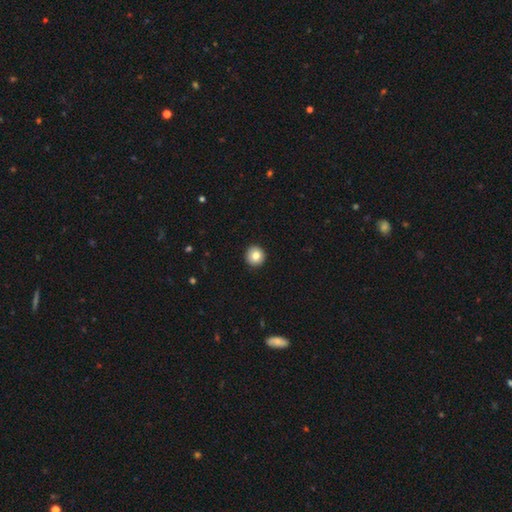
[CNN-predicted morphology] Smooth or featured: smooth — 82% (featured or disk — 9%)
How rounded: round — 95% (in between — 4%)
Merging: none — 92% (minor disturbance — 5%)